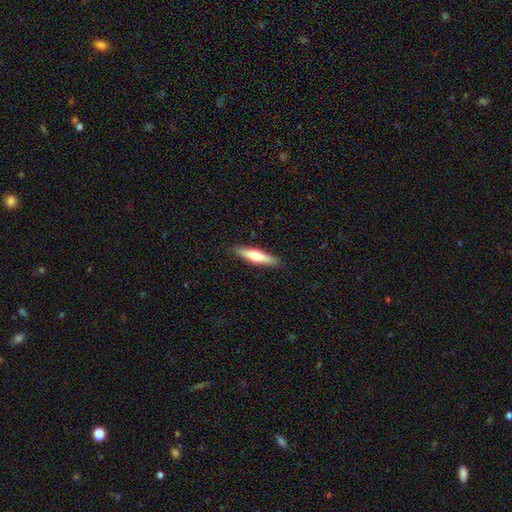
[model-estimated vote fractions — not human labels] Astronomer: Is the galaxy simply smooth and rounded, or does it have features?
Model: smooth — 62%.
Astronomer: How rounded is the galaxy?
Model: cigar-shaped — 79%.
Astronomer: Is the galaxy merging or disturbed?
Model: none — 89%.